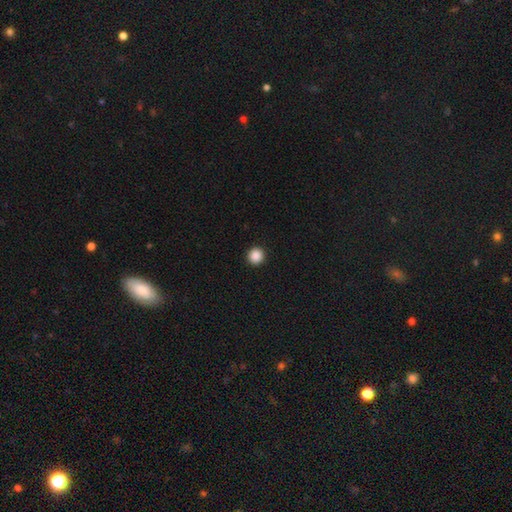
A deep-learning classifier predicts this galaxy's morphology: Smooth or featured? smooth (88%)
How rounded? round (94%)
Merging? none (93%)